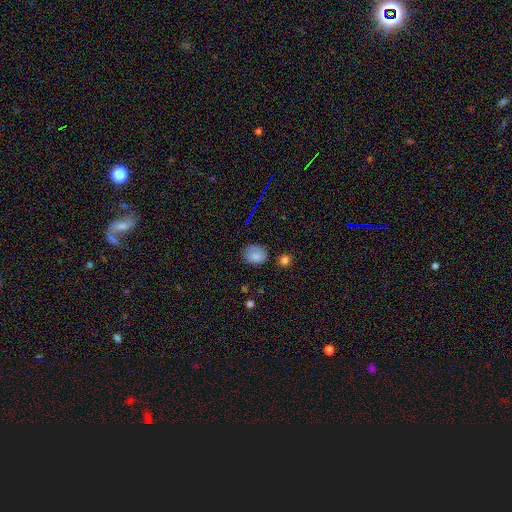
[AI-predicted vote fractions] smooth_or_featured: smooth (p=0.80) [alt: star or artifact p=0.12]
how_rounded: round (p=0.53) [alt: in between p=0.46]
merging: none (p=0.65) [alt: minor disturbance p=0.25]